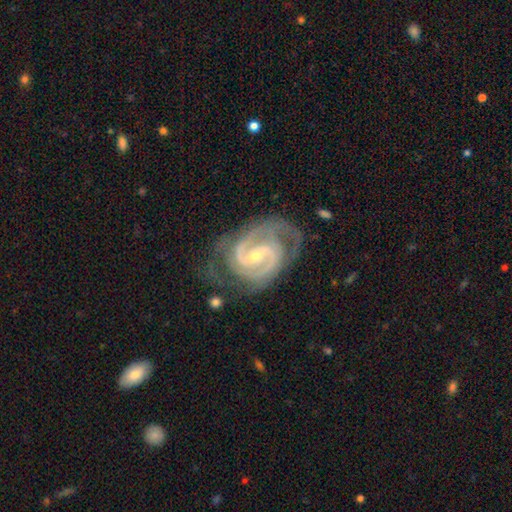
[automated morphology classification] Smooth or featured: featured or disk — 93% (star or artifact — 4%)
Edge-on disk: no — 98% (yes — 2%)
Bar: weak — 47% (strong — 31%)
Spiral arms: yes — 98% (no — 2%)
Spiral winding: tight — 51% (medium — 43%)
Spiral arm count: 2 — 74% (3 — 13%)
Bulge size: small — 63% (moderate — 34%)
Merging: none — 65% (minor disturbance — 22%)